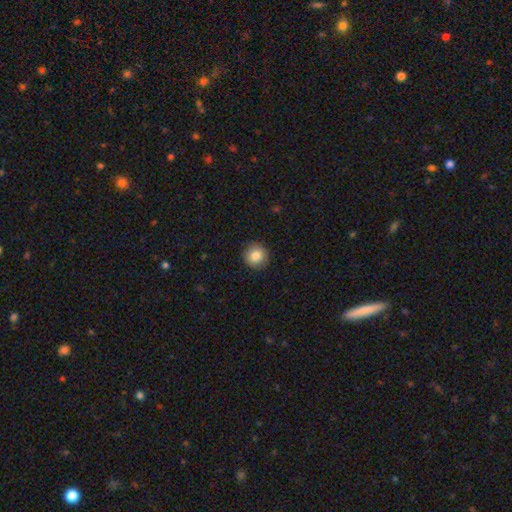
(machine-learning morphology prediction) Q: Smooth or featured?
A: smooth (84%); runner-up: star or artifact (9%)
Q: How rounded?
A: round (94%); runner-up: in between (5%)
Q: Merging?
A: none (91%); runner-up: minor disturbance (6%)